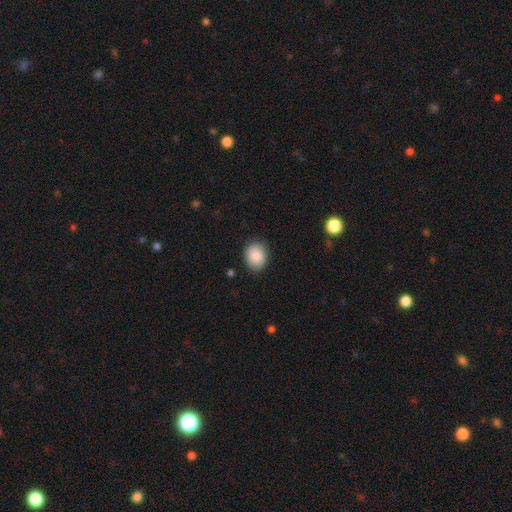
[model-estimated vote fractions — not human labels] This is clearly a smooth galaxy (89%). How rounded: possibly round (56%). Merging: clearly none (86%).